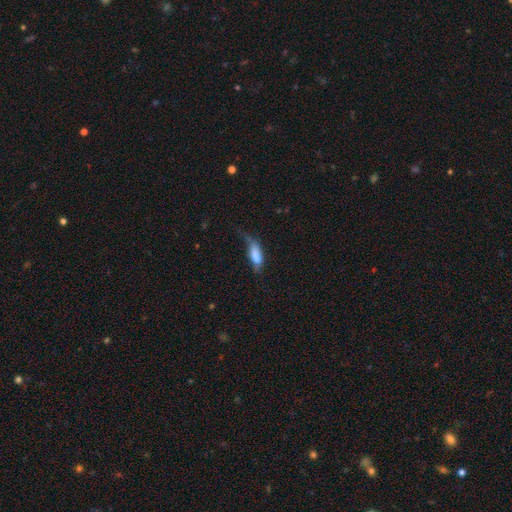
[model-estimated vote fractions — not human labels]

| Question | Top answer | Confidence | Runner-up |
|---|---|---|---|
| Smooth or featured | smooth | 72% | featured or disk (20%) |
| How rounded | in between | 66% | cigar-shaped (31%) |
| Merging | major disturbance | 34% | tied: minor disturbance (34%) |